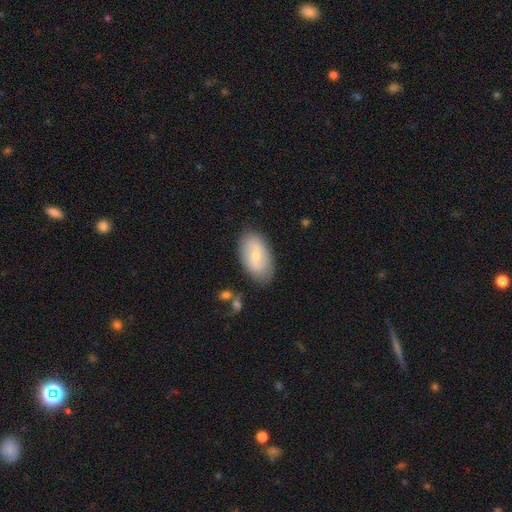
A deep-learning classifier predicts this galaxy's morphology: type=smooth (52%); roundness=in between (93%); merging=none (80%).